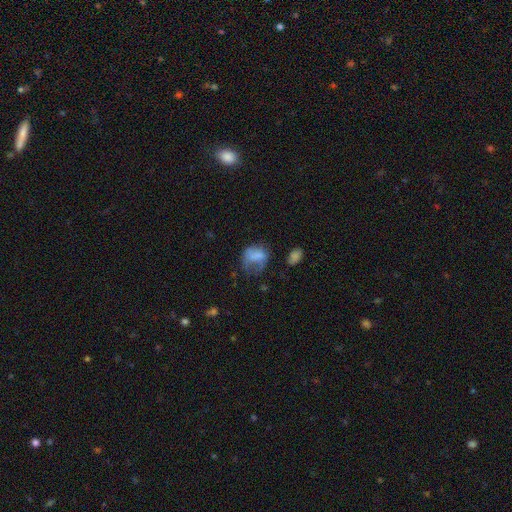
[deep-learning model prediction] This appears to be a smooth galaxy with no disk features (66%) that is in between round and cigar-shaped (59%). Merging: major disturbance (39%).